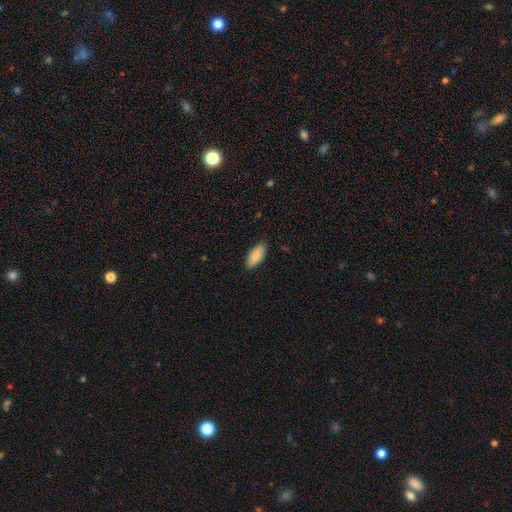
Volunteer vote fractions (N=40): smooth-or-featured: smooth: 78% | featured or disk: 20% | star or artifact: 2%
  how-rounded: in between: 81% | cigar-shaped: 16% | round: 3%
  merging: none: 82% | minor disturbance: 13% | major disturbance: 3% | merger: 3%